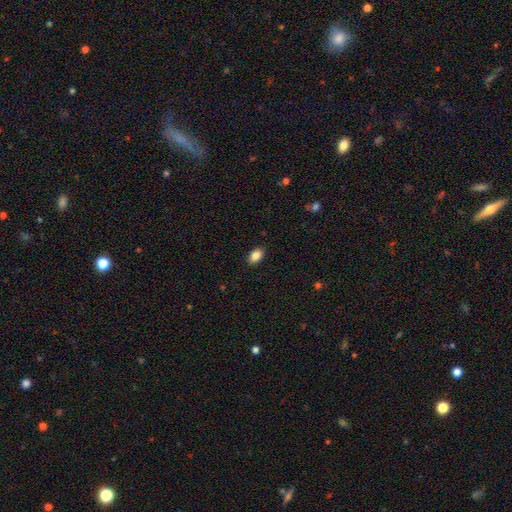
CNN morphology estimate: A smooth galaxy with no disk features (87%) that is in between round and cigar-shaped (89%). Merging: none (89%).